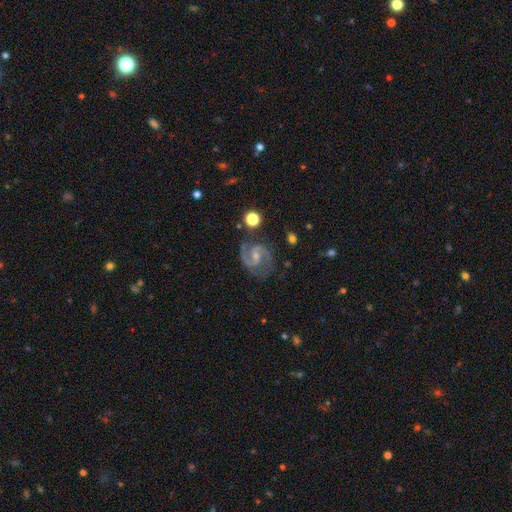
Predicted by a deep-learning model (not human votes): Overall: featured or disk (90%). Edge-on disk: no (98%). Bar: weak (50%; no 31%). Spiral arms: yes (98%). Spiral arm count: 2 (93%). Spiral winding: medium (62%; tight 27%). Bulge size: small (60%; moderate 34%). Merging: none (80%).